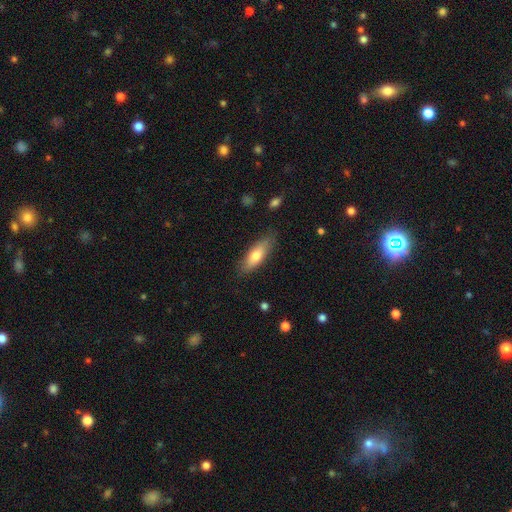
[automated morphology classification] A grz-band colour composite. It shows a smooth galaxy with no disk features (73%) that is in between round and cigar-shaped (58%). Merging: none (82%).